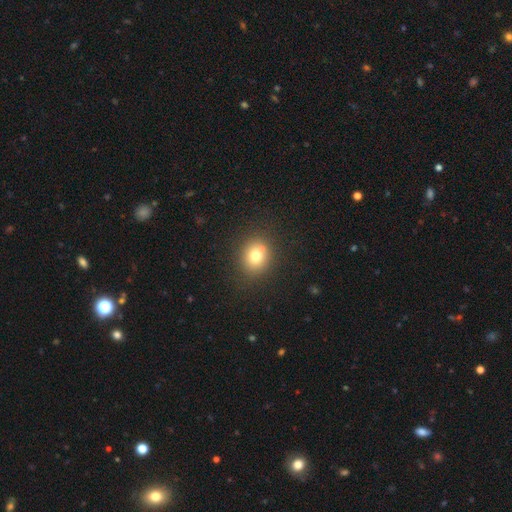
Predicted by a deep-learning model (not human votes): Overall: smooth (76%). How rounded: round (66%; in between 33%). Merging: none (86%).